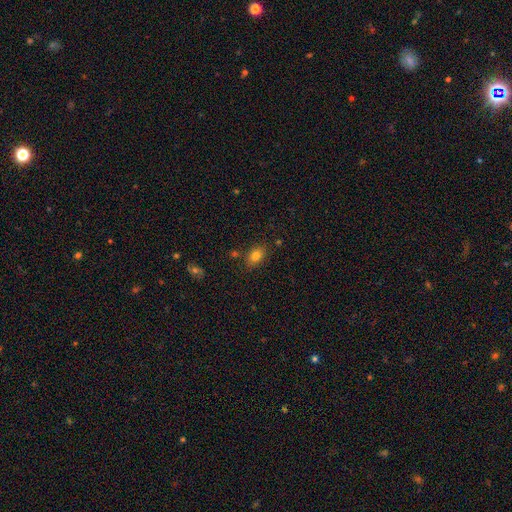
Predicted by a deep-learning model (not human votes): A smooth galaxy with no disk features (80%) that is in between round and cigar-shaped (74%). Merging: none (79%).